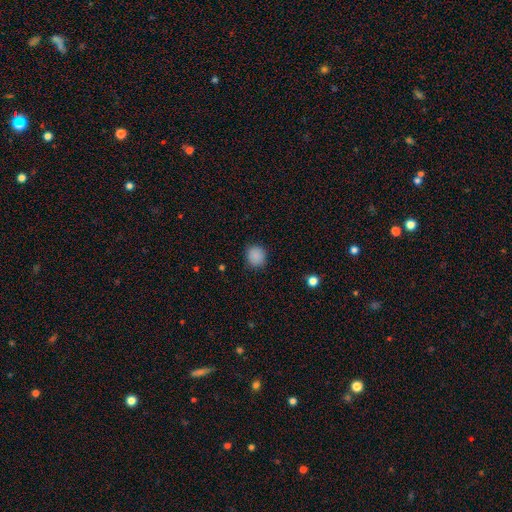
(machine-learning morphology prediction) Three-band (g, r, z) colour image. It shows a smooth galaxy with no disk features (88%) that is round (86%). Merging: none (88%).